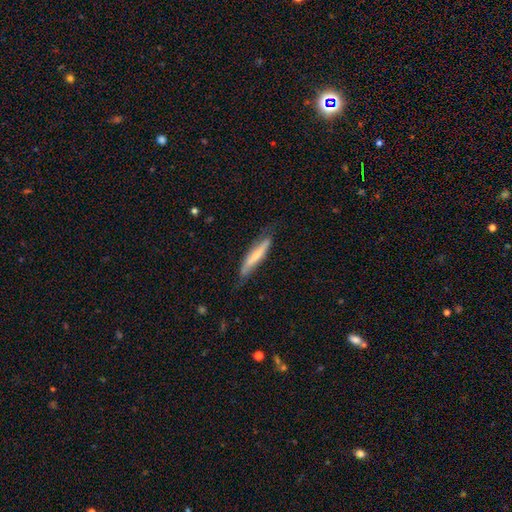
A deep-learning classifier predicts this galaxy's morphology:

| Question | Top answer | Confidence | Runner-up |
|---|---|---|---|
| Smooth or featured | smooth | 50% | featured or disk (44%) |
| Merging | none | 68% | minor disturbance (24%) |